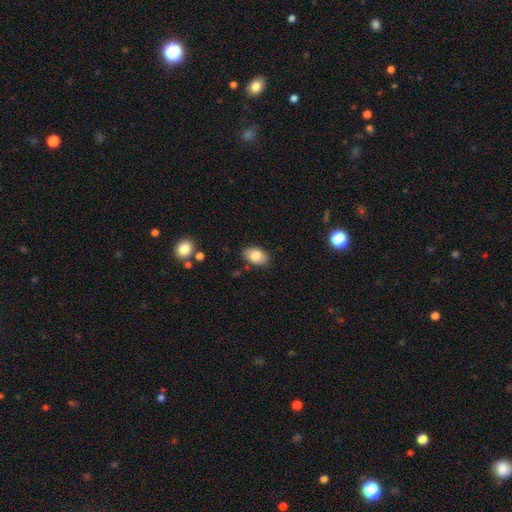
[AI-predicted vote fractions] Smooth or featured?
  - smooth: 83% *
  - featured or disk: 10%
  - star or artifact: 8%
How rounded?
  - in between: 89% *
  - round: 10%
  - cigar-shaped: 1%
Merging?
  - none: 84% *
  - minor disturbance: 12%
  - major disturbance: 2%
  - merger: 2%